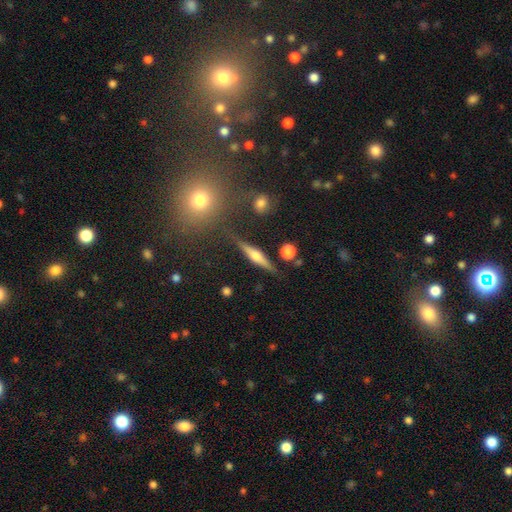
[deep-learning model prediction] Smooth or featured?
  - featured or disk: 64% *
  - smooth: 28%
  - star or artifact: 8%
Edge-on disk?
  - yes: 95% *
  - no: 5%
Edge-on bulge?
  - rounded: 88% *
  - boxy: 8%
  - none: 4%
Merging?
  - none: 83% *
  - minor disturbance: 10%
  - merger: 4%
  - major disturbance: 3%